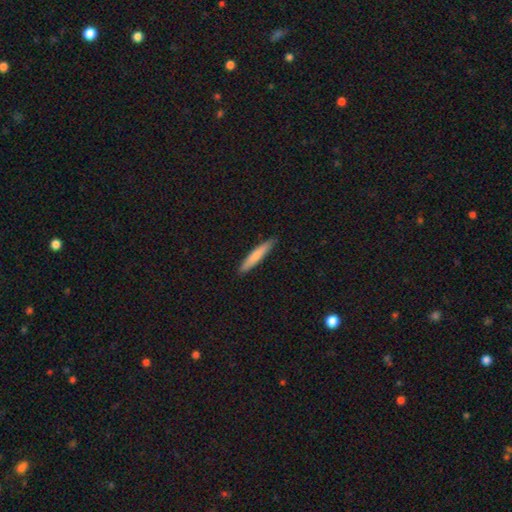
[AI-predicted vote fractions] This appears to be a smooth galaxy with no disk features (76%) that is cigar-shaped (92%). Merging: none (88%).